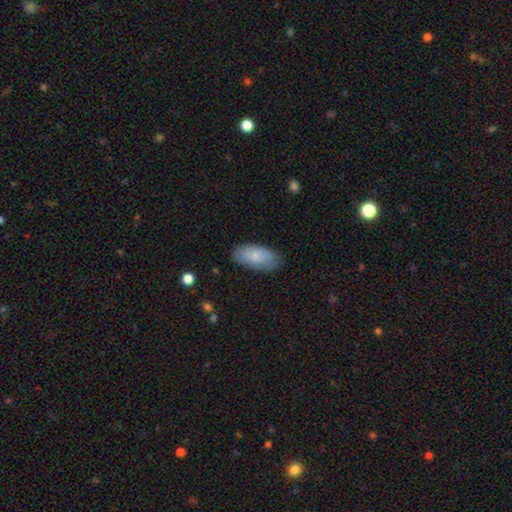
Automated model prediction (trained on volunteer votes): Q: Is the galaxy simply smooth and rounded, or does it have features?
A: smooth — 79%.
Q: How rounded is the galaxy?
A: in between — 92%.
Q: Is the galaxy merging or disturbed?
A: none — 80%.